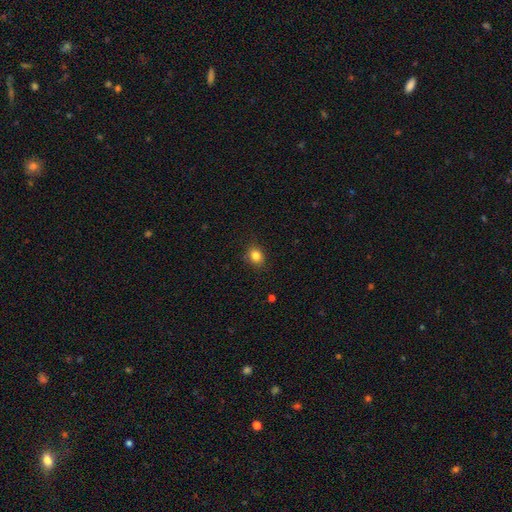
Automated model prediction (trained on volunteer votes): A smooth galaxy with no disk features (84%) that is round (57%). Merging: none (85%).